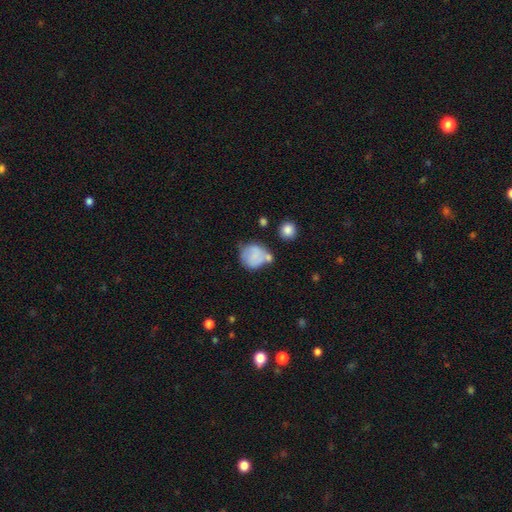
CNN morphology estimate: Smooth or featured?
  - smooth: 73% *
  - featured or disk: 18%
  - star or artifact: 8%
How rounded?
  - round: 80% *
  - in between: 19%
  - cigar-shaped: 1%
Merging?
  - none: 44% *
  - minor disturbance: 26%
  - merger: 18%
  - major disturbance: 12%